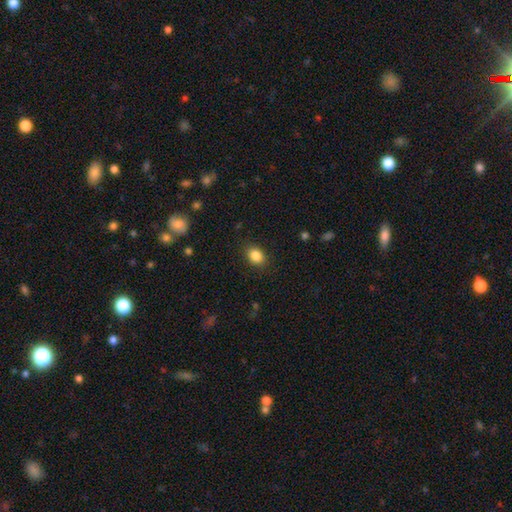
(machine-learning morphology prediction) Smooth or featured: smooth — 86% (star or artifact — 9%)
How rounded: in between — 62% (round — 37%)
Merging: none — 87% (minor disturbance — 9%)